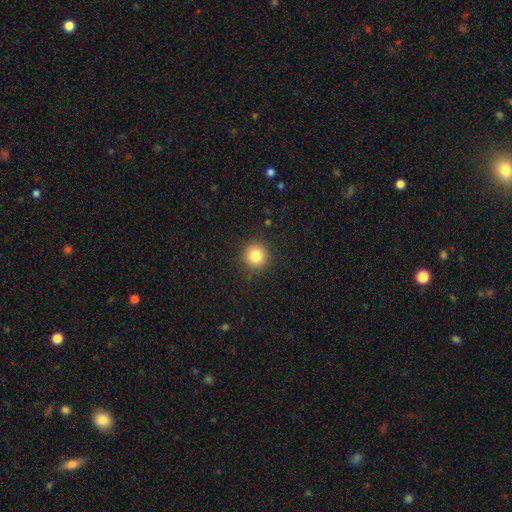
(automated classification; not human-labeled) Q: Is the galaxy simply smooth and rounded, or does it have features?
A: smooth — 81%.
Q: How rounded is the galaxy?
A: round — 94%.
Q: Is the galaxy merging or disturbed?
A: none — 91%.